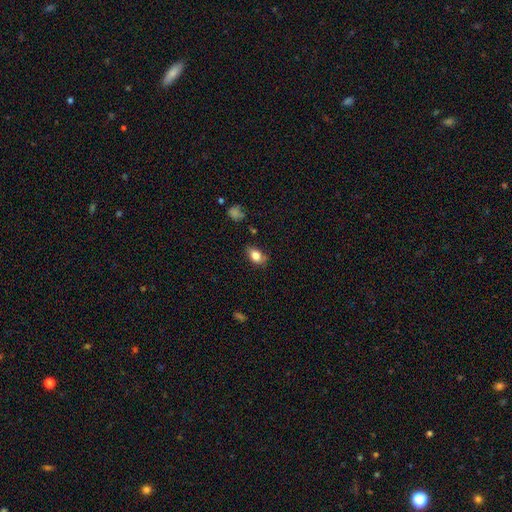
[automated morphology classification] The model was most divided on "merging": none: 75%, minor disturbance: 19%, major disturbance: 4%, merger: 2%. More confident: how rounded — in between (82%); smooth or featured — smooth (82%).